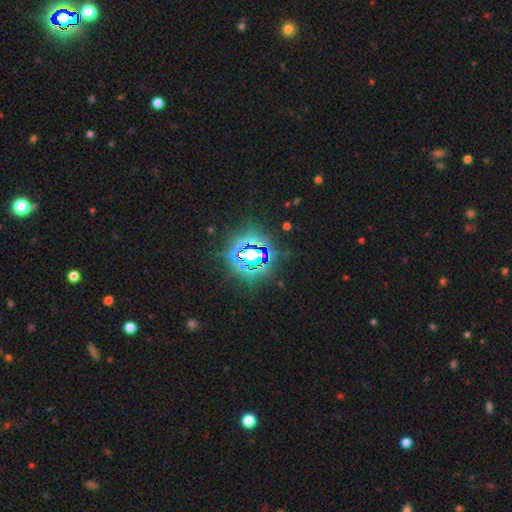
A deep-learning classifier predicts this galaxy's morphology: Smooth or featured: star or artifact — 82% (smooth — 11%)